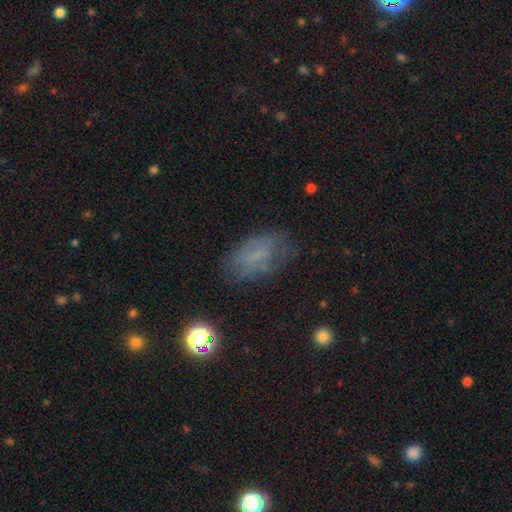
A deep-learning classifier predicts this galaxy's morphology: The model was most divided on "smooth or featured": smooth: 54%, featured or disk: 29%, star or artifact: 18%. More confident: how rounded — in between (89%); merging — none (69%).